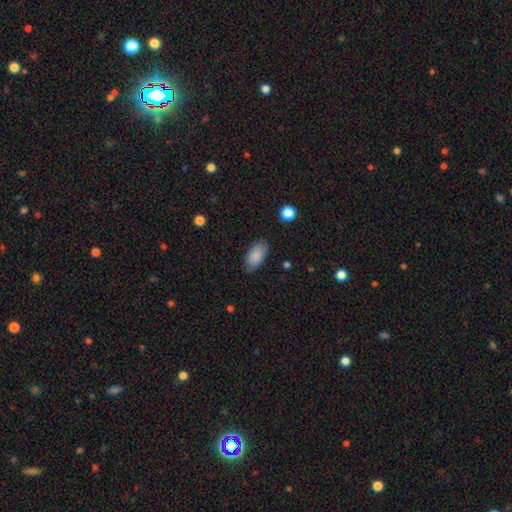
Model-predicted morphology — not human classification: smooth_or_featured: smooth (p=0.86) [alt: featured or disk p=0.07]
how_rounded: in between (p=0.94) [alt: cigar-shaped p=0.03]
merging: none (p=0.78) [alt: minor disturbance p=0.18]